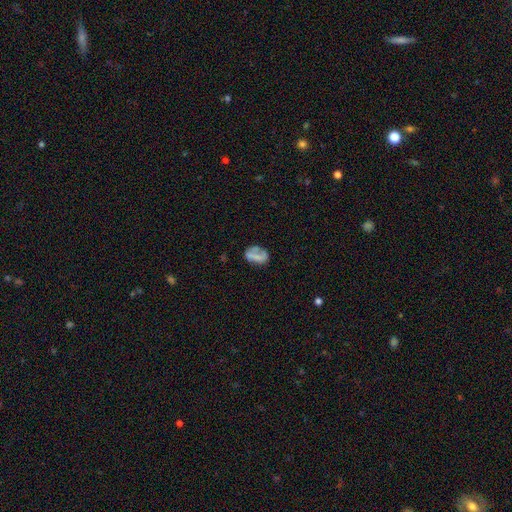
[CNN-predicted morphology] A smooth galaxy with no disk features (58%) that is in between round and cigar-shaped (79%). Merging: none (48%).